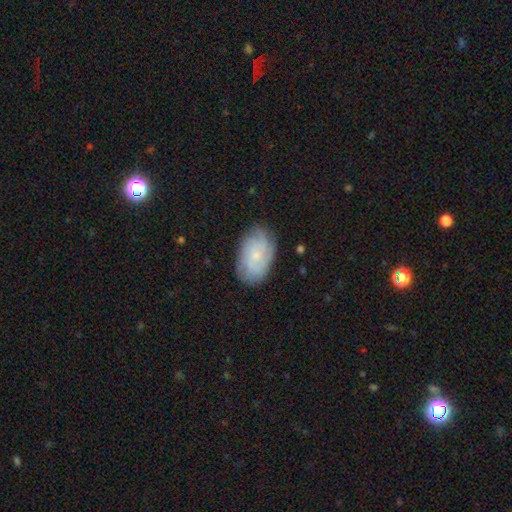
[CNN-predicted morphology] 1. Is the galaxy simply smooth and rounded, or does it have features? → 52% featured or disk, 40% smooth, 8% star or artifact.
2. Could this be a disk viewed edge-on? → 96% no, 4% yes.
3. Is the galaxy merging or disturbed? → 78% none, 17% minor disturbance, 4% major disturbance, 1% merger.